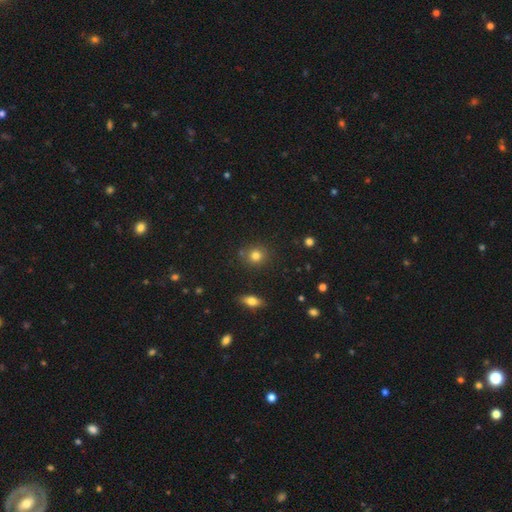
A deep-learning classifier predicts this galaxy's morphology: smooth-or-featured: smooth: 80% | star or artifact: 12% | featured or disk: 7%
  how-rounded: round: 84% | in between: 14% | cigar-shaped: 1%
  merging: none: 83% | minor disturbance: 10% | merger: 4% | major disturbance: 3%